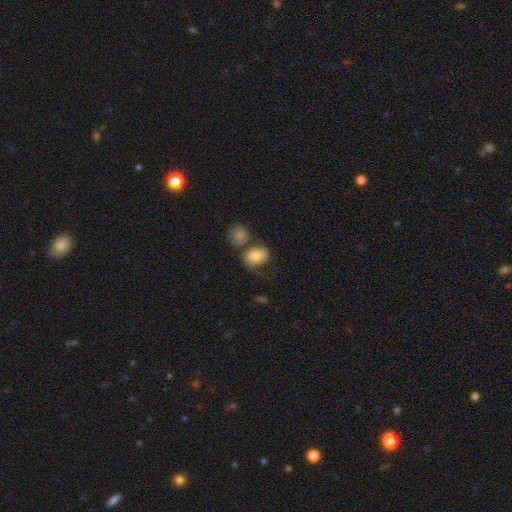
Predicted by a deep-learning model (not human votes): The model was most divided on "how rounded": in between: 57%, round: 42%, cigar-shaped: 1%. Remaining: smooth or featured — smooth (73%); merging — none (44%).